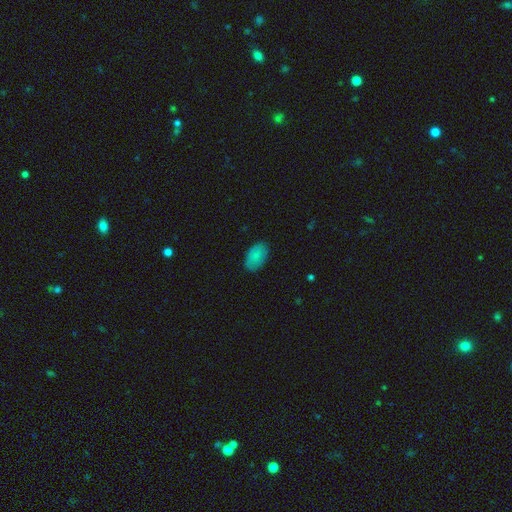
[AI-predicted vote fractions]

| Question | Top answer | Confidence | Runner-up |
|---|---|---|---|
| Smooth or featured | smooth | 84% | featured or disk (9%) |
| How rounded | in between | 91% | round (7%) |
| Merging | none | 84% | minor disturbance (12%) |